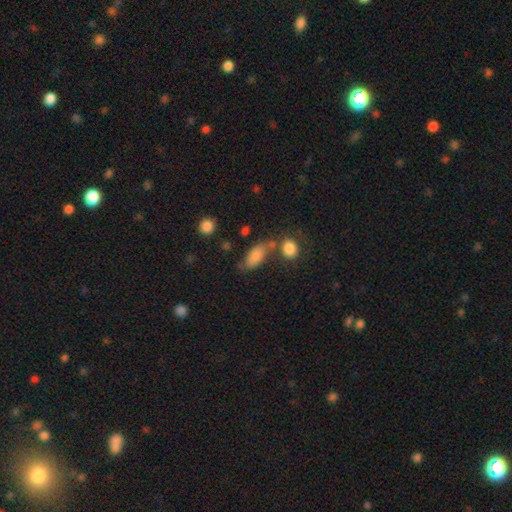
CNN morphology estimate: smooth_or_featured: smooth (p=0.79) [alt: featured or disk p=0.13]
how_rounded: in between (p=0.86) [alt: cigar-shaped p=0.09]
merging: none (p=0.54) [alt: minor disturbance p=0.21]